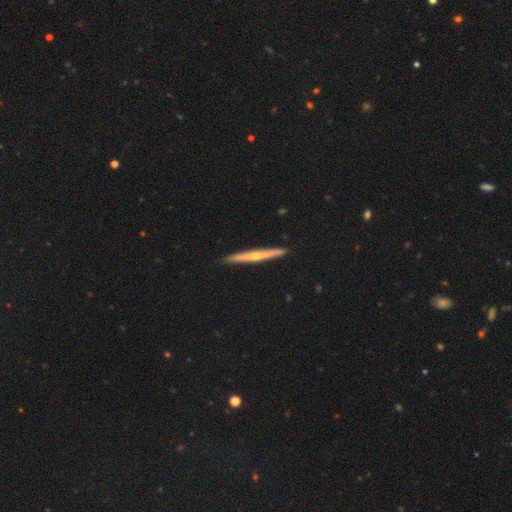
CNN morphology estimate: Smooth or featured? Predicted: featured or disk (p=0.64). Edge-on disk? Predicted: yes (p=0.97). Edge-on bulge? Predicted: rounded (p=0.74). Merging? Predicted: none (p=0.92).